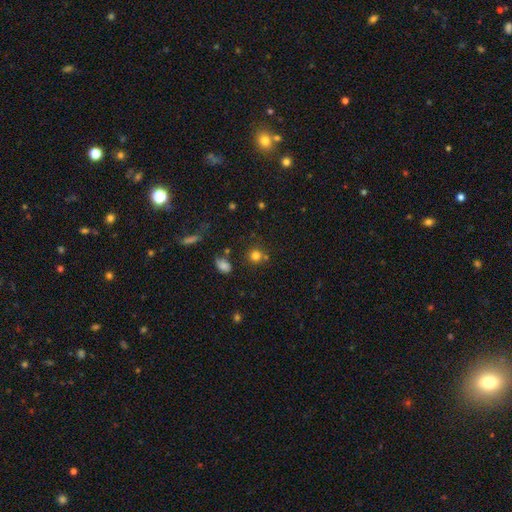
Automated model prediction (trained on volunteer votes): Morphology: type=smooth (77%); roundness=round (88%); merging=none (71%).